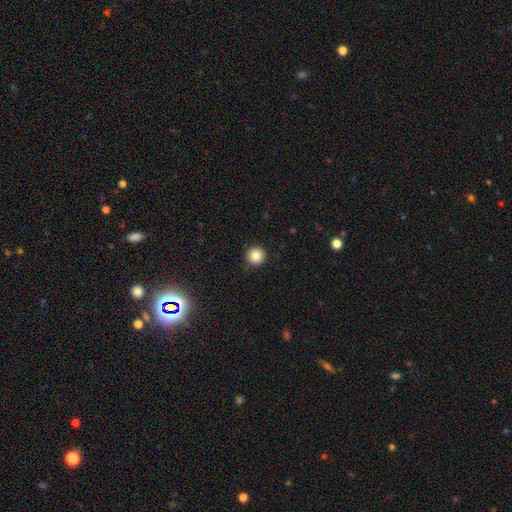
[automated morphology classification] This appears to be a smooth galaxy with no disk features (84%) that is round (95%). Merging: none (91%).